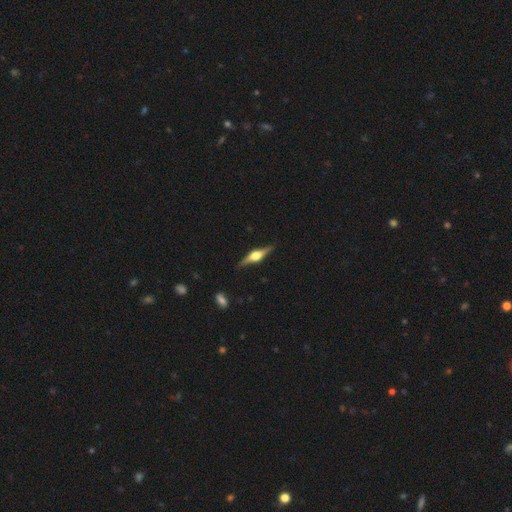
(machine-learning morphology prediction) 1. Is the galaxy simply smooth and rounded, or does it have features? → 80% featured or disk, 15% smooth, 5% star or artifact.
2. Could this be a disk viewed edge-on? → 97% yes, 3% no.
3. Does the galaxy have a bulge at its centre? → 93% rounded, 5% boxy, 1% none.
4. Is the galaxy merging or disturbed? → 87% none, 10% minor disturbance, 2% major disturbance, 1% merger.